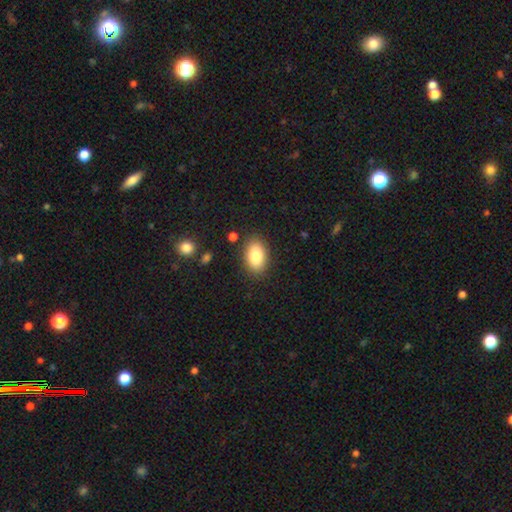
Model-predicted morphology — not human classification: Smooth or featured? Predicted: smooth (p=0.84). How rounded? Predicted: in between (p=0.90). Merging? Predicted: none (p=0.86).